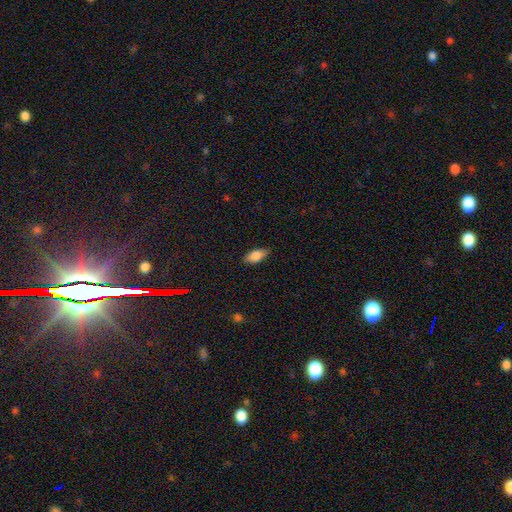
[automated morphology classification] smooth_or_featured: smooth (p=0.83) [alt: featured or disk p=0.10]
how_rounded: in between (p=0.86) [alt: cigar-shaped p=0.11]
merging: none (p=0.84) [alt: minor disturbance p=0.12]